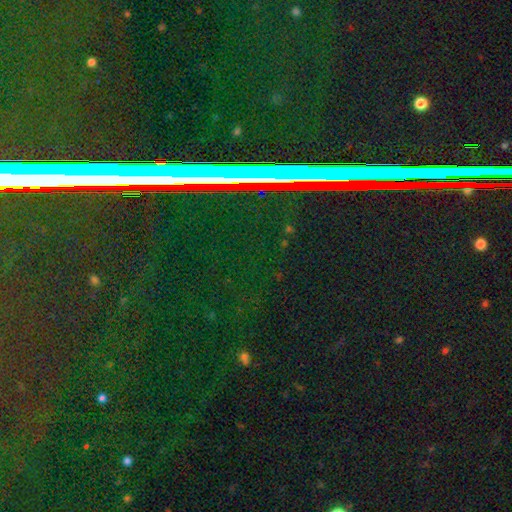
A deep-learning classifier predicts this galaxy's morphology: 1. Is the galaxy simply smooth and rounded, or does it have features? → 80% star or artifact, 11% featured or disk, 10% smooth.